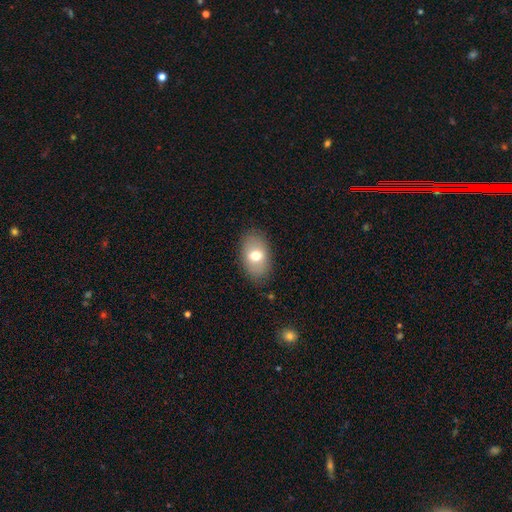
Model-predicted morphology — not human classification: type=smooth (70%); roundness=in between (88%); merging=none (84%).